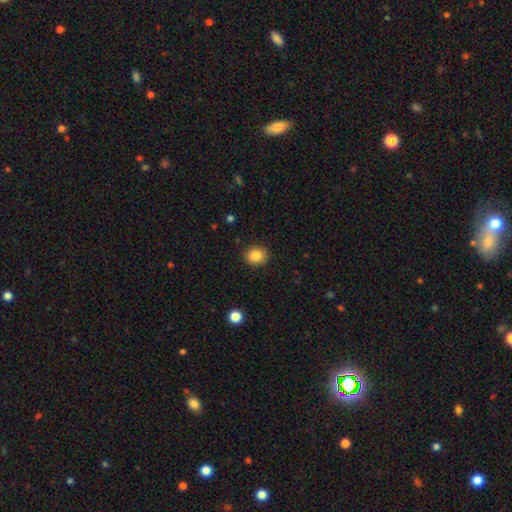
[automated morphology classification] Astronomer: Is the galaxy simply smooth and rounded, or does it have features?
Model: smooth — 85%.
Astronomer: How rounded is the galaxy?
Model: round — 76%.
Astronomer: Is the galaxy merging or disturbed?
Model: none — 89%.